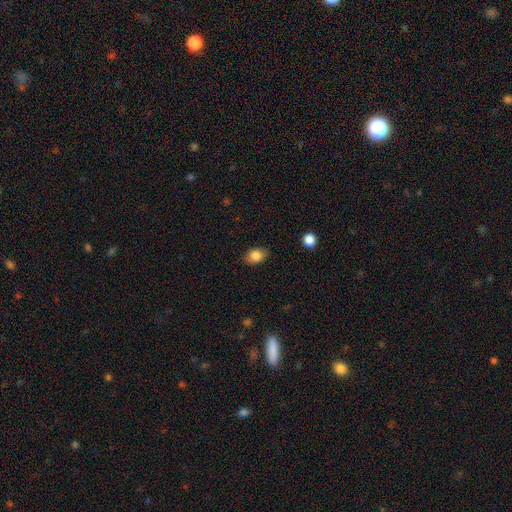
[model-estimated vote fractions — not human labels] Smooth or featured?
  - smooth: 84% *
  - star or artifact: 9%
  - featured or disk: 7%
How rounded?
  - in between: 73% *
  - round: 26%
  - cigar-shaped: 1%
Merging?
  - none: 82% *
  - minor disturbance: 14%
  - major disturbance: 3%
  - merger: 1%